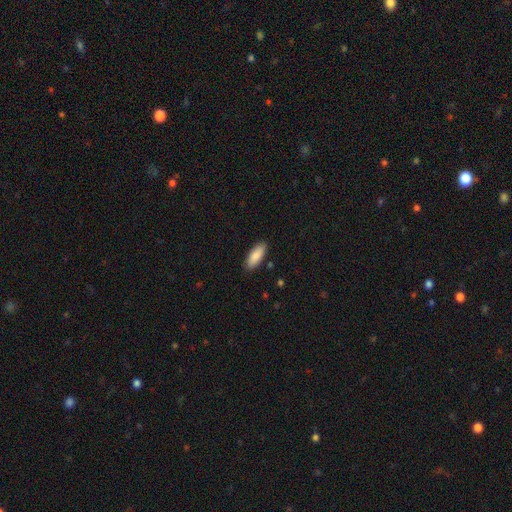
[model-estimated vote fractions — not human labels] Smooth or featured: smooth — 88% (featured or disk — 6%)
How rounded: in between — 75% (cigar-shaped — 24%)
Merging: none — 87% (minor disturbance — 10%)